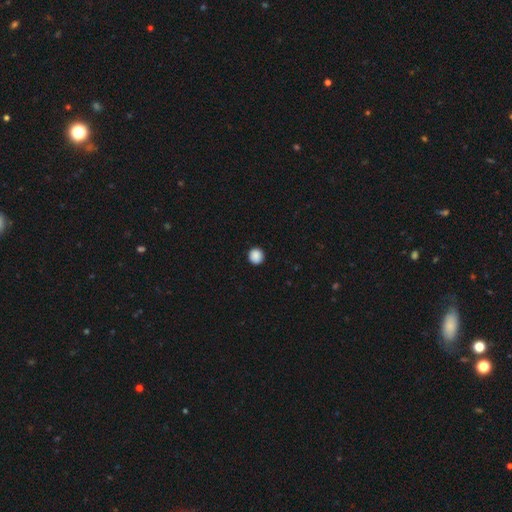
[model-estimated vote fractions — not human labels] Q: Smooth or featured?
A: smooth (88%); runner-up: star or artifact (9%)
Q: How rounded?
A: round (95%); runner-up: in between (4%)
Q: Merging?
A: none (93%); runner-up: minor disturbance (5%)